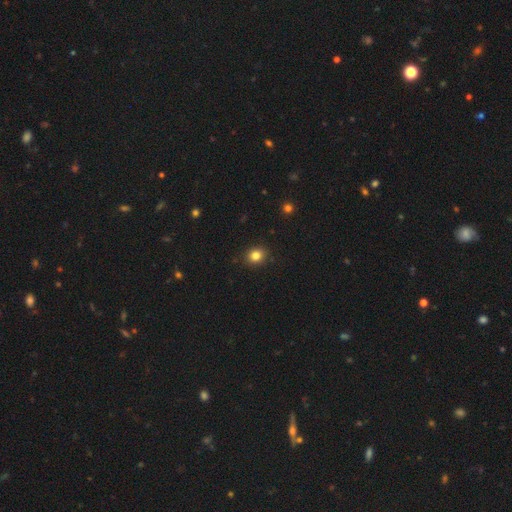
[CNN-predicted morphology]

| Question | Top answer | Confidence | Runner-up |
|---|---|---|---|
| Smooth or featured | smooth | 83% | star or artifact (11%) |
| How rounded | round | 68% | in between (31%) |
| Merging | none | 89% | minor disturbance (8%) |